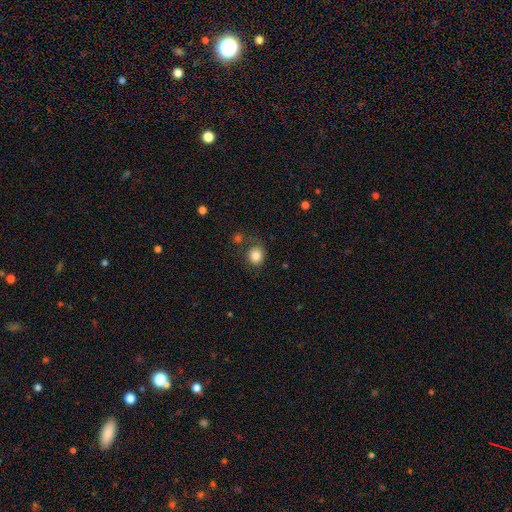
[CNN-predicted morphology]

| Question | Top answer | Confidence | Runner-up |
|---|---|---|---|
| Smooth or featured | smooth | 84% | star or artifact (10%) |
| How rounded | round | 74% | in between (25%) |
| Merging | none | 70% | minor disturbance (16%) |